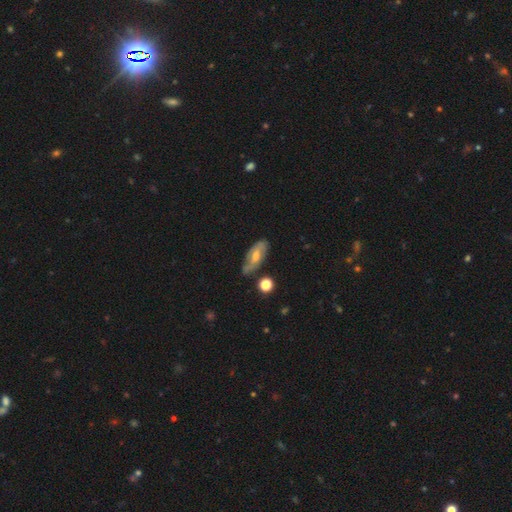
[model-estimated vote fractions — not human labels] Smooth or featured? featured or disk (59%)
Edge-on disk? no (83%)
Merging? none (74%)